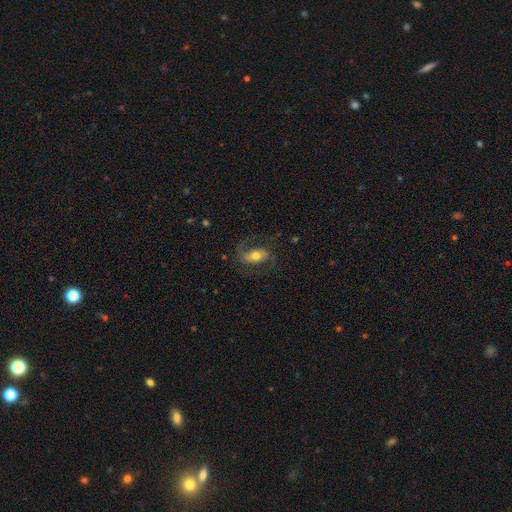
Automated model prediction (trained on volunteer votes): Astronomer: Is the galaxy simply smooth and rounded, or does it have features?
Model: featured or disk — 71%.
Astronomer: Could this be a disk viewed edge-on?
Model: no — 95%.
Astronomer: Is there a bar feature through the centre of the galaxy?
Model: weak — 37% (runner-up: no, 32%).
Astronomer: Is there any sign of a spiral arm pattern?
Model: yes — 90%.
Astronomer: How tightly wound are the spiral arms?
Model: medium — 48% (runner-up: loose, 39%).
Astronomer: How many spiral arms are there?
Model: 2 — 84%.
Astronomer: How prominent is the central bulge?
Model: moderate — 67%.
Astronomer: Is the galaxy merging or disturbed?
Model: none — 69%.